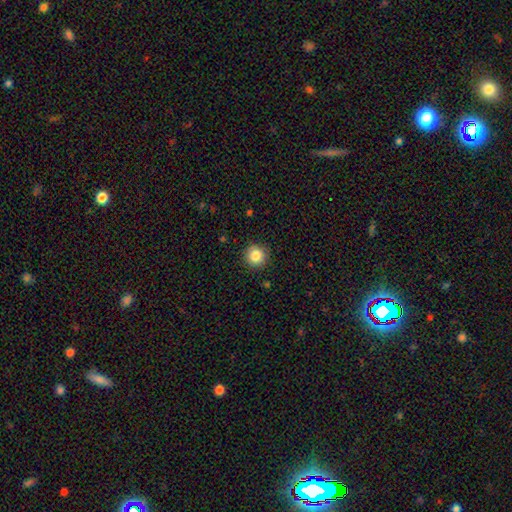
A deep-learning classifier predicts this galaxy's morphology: Overall: smooth (85%). How rounded: round (95%). Merging: none (91%).